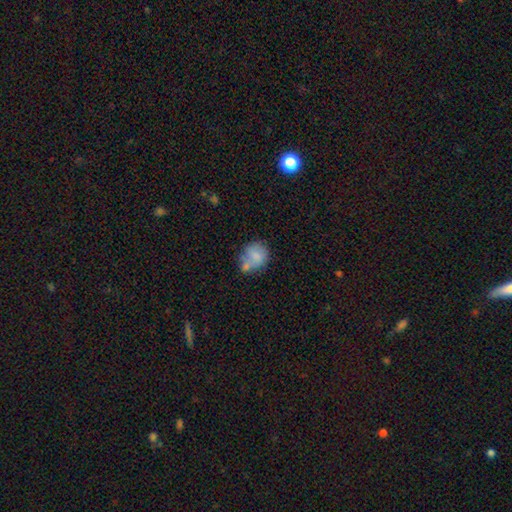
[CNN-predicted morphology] smooth-or-featured: smooth: 72% | featured or disk: 19% | star or artifact: 9%
  how-rounded: round: 64% | in between: 35% | cigar-shaped: 1%
  merging: none: 40% | merger: 27% | minor disturbance: 23% | major disturbance: 10%